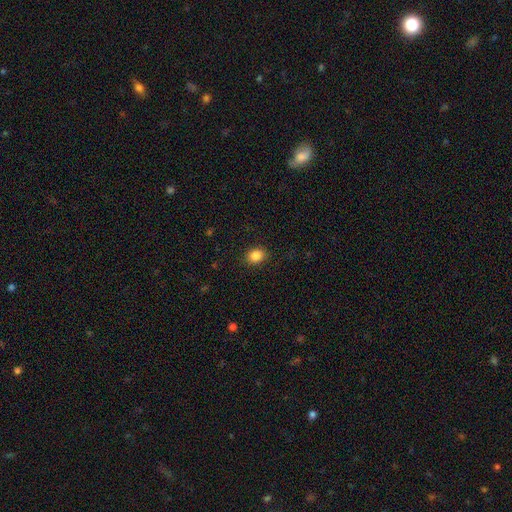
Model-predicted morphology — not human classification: Smooth or featured? Predicted: smooth (p=0.86). How rounded? Predicted: round (p=0.51). Merging? Predicted: none (p=0.89).